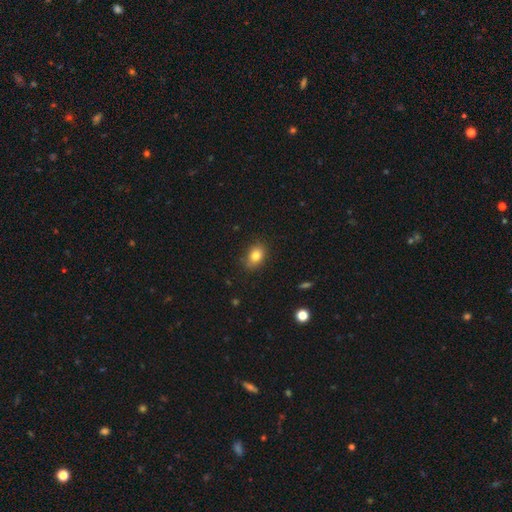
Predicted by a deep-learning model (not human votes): Morphology: type=smooth (82%); roundness=in between (71%); merging=none (80%).